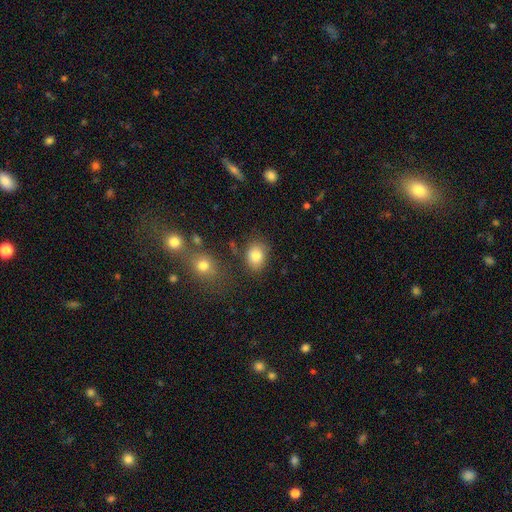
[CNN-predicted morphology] A smooth galaxy with no disk features (82%) that is in between round and cigar-shaped (60%).

Vote fractions:
- Smooth or featured? smooth: 82% / star or artifact: 10% / featured or disk: 8%
- How rounded? in between: 60% / round: 39% / cigar-shaped: 1%
- Merging? none: 75% / minor disturbance: 15% / merger: 6% / major disturbance: 5%